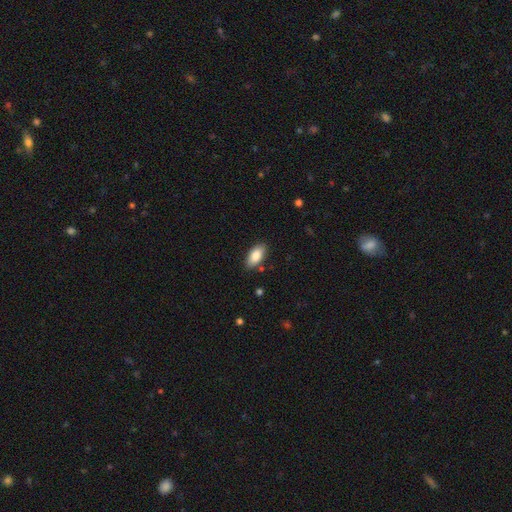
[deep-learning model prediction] Smooth or featured?
  - smooth: 86% *
  - featured or disk: 8%
  - star or artifact: 7%
How rounded?
  - in between: 91% *
  - cigar-shaped: 6%
  - round: 2%
Merging?
  - none: 85% *
  - minor disturbance: 11%
  - major disturbance: 2%
  - merger: 2%